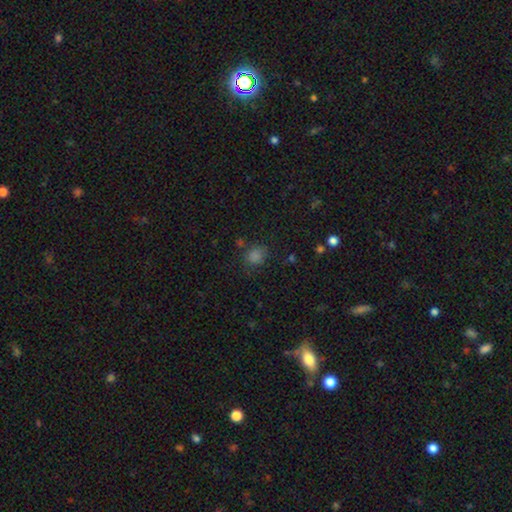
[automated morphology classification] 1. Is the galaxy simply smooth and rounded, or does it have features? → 72% smooth, 23% star or artifact, 5% featured or disk.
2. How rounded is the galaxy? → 75% round, 24% in between, 1% cigar-shaped.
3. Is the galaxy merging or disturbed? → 77% none, 13% minor disturbance, 5% major disturbance, 5% merger.